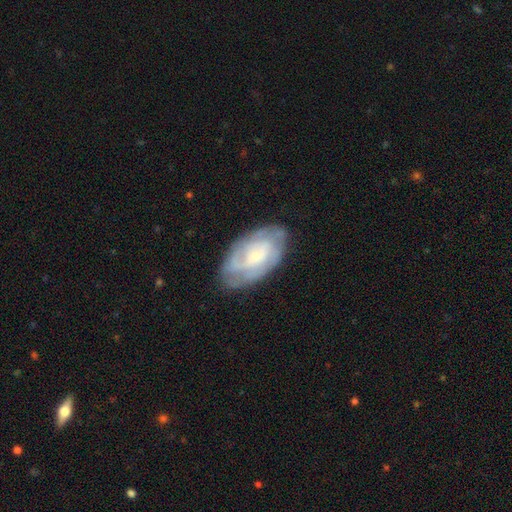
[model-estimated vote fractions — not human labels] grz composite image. It shows a featured or disk galaxy (68%) with no bar (59%), tight (60%) spiral arms (82%) and a small central bulge (60%). Merging: none (73%).